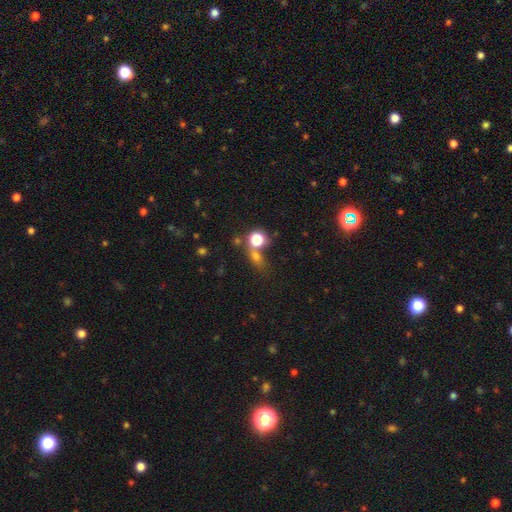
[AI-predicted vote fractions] Smooth or featured? Predicted: smooth (p=0.64). How rounded? Predicted: round (p=0.59). Merging? Predicted: none (p=0.50).